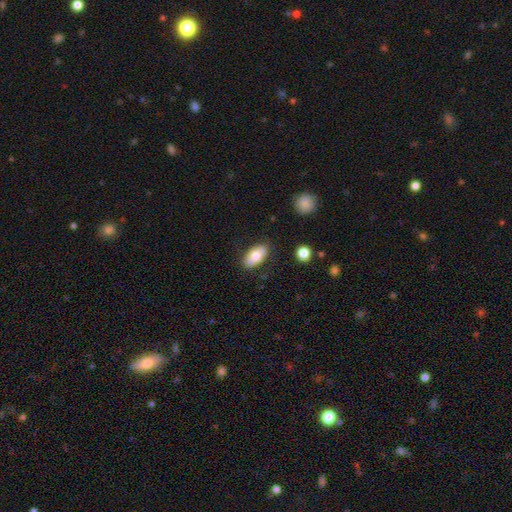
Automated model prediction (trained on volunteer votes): smooth_or_featured: smooth (p=0.78) [alt: featured or disk p=0.15]
how_rounded: in between (p=0.92) [alt: cigar-shaped p=0.04]
merging: none (p=0.85) [alt: minor disturbance p=0.11]